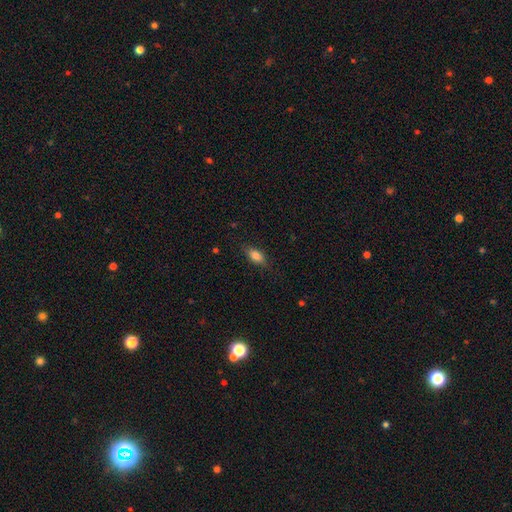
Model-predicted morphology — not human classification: A smooth galaxy with no disk features (81%) that is in between round and cigar-shaped (84%). Merging: none (79%).